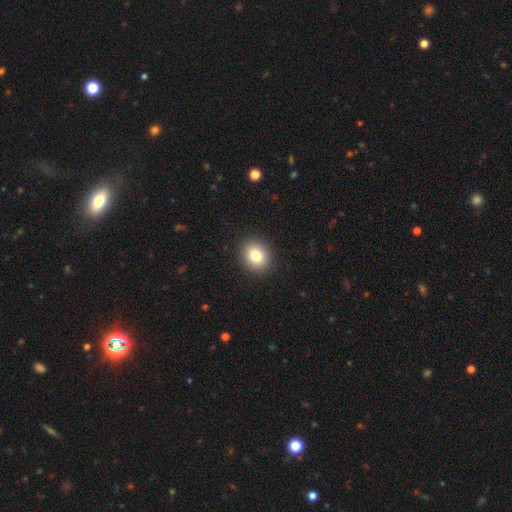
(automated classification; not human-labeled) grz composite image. It shows a smooth galaxy with no disk features (82%) that is round (72%). Merging: none (91%).